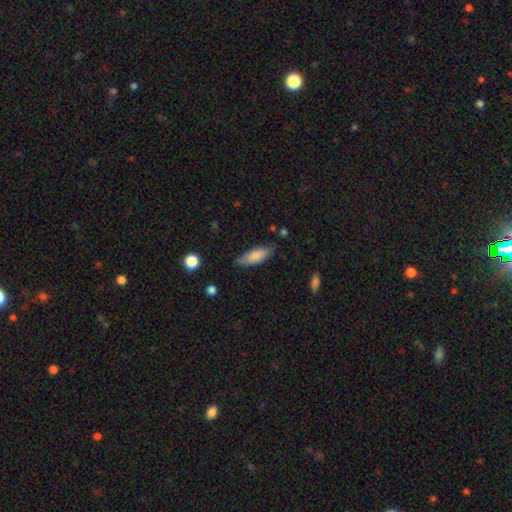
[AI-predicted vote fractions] Smooth or featured? smooth (81%)
How rounded? in between (62%)
Merging? none (78%)